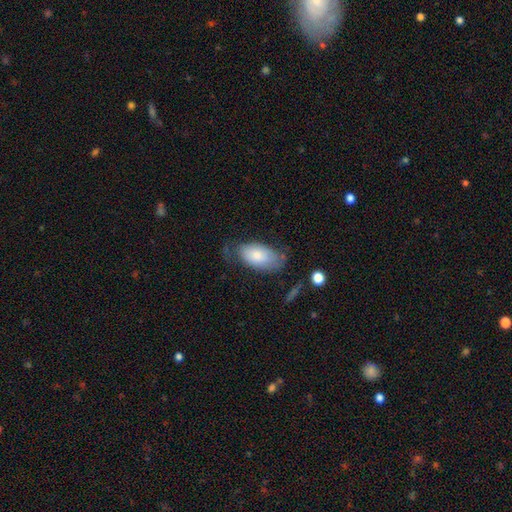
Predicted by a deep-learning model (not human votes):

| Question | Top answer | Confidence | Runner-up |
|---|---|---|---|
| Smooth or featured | smooth | 73% | featured or disk (20%) |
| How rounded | in between | 94% | round (3%) |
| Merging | none | 53% | minor disturbance (30%) |